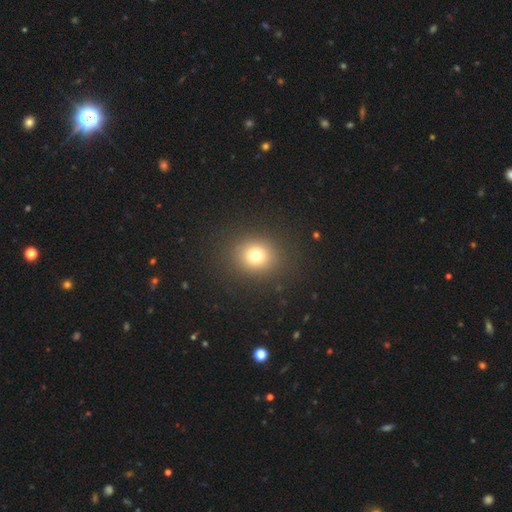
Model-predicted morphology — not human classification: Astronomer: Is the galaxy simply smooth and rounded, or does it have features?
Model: smooth — 74%.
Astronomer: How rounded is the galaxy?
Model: round — 79%.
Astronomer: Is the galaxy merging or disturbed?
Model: none — 89%.